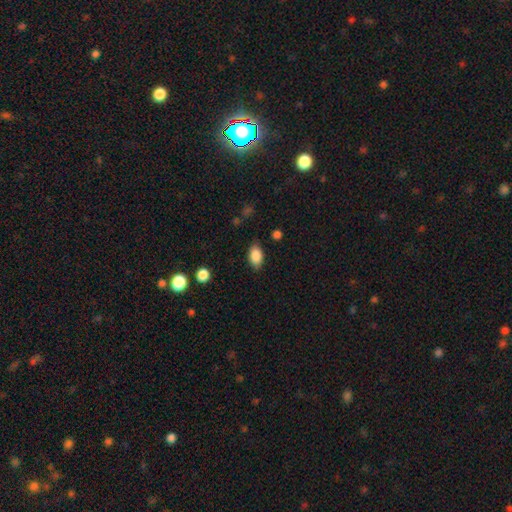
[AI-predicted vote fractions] This is clearly a smooth galaxy (87%). How rounded: clearly in between (90%). Merging: clearly none (82%).